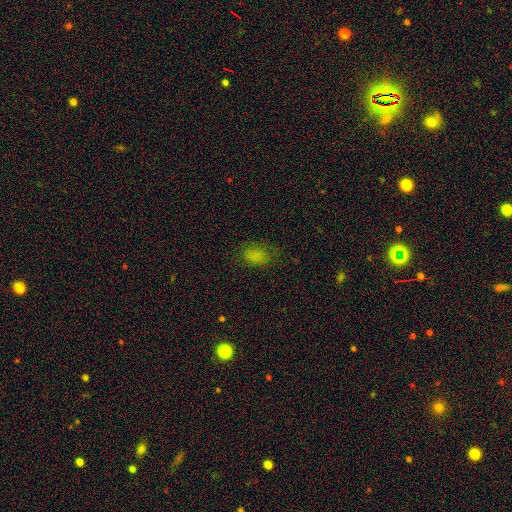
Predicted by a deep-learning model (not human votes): A smooth galaxy with no disk features (79%) that is in between round and cigar-shaped (83%). Merging: none (70%).